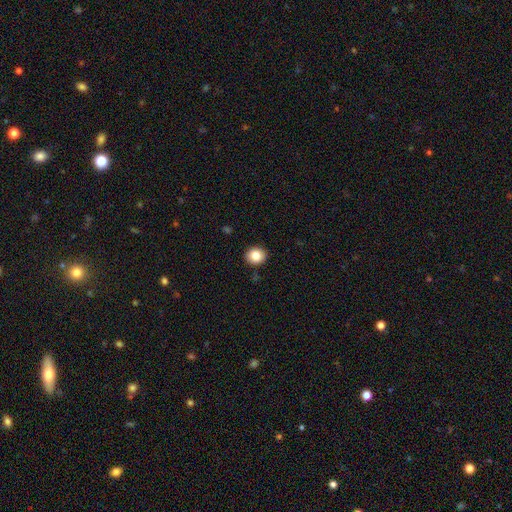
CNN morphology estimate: smooth 84%, star or artifact 9%, featured or disk 6%. Down the decision tree: how rounded — round (77%); merging — none (91%).